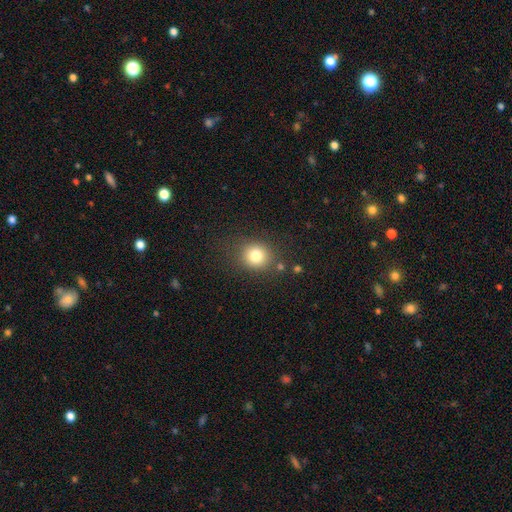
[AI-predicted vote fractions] smooth-or-featured: smooth: 80% | star or artifact: 12% | featured or disk: 8%
  how-rounded: round: 81% | in between: 18% | cigar-shaped: 1%
  merging: none: 81% | minor disturbance: 11% | major disturbance: 4% | merger: 4%